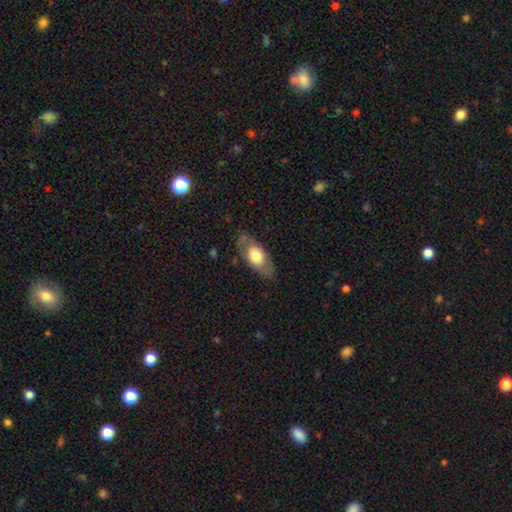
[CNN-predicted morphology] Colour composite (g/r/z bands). It shows a smooth galaxy with no disk features (58%) that is in between round and cigar-shaped (84%). Merging: none (77%).